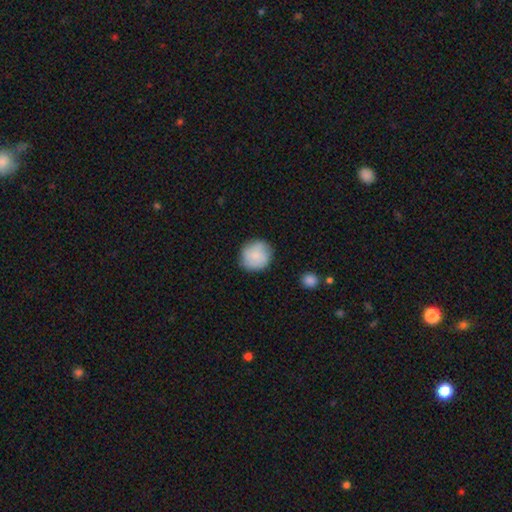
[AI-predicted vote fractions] Smooth or featured? smooth (80%)
How rounded? round (89%)
Merging? none (83%)